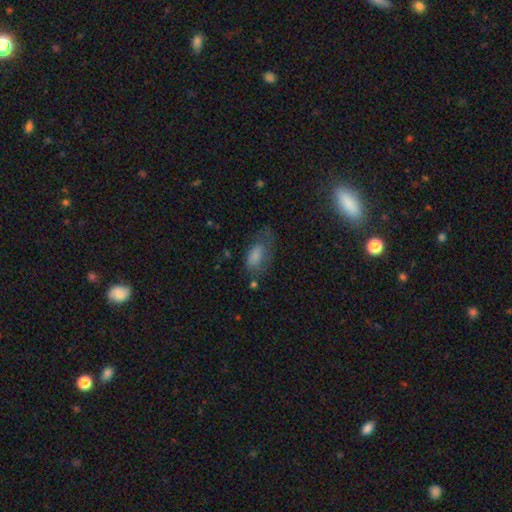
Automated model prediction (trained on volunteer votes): Smooth or featured? Predicted: smooth (p=0.68). How rounded? Predicted: in between (p=0.90). Merging? Predicted: none (p=0.40).